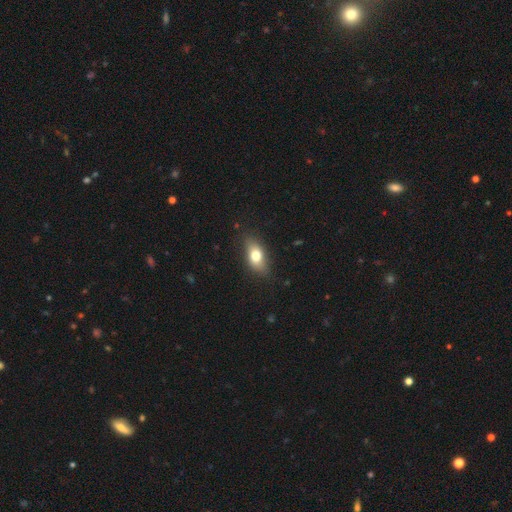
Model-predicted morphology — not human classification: Smooth or featured? smooth (73%)
How rounded? in between (83%)
Merging? none (81%)